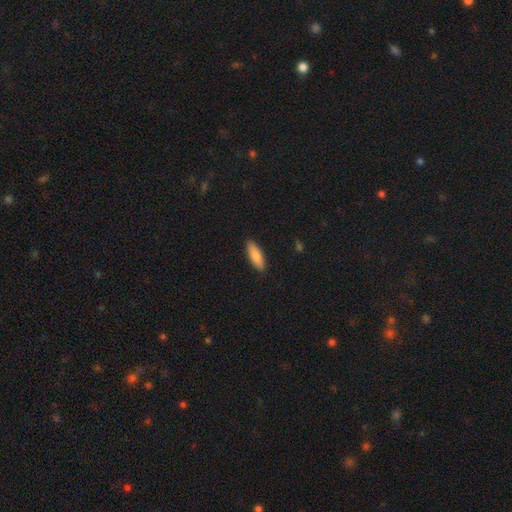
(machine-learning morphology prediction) Smooth or featured?
  - smooth: 85% *
  - featured or disk: 10%
  - star or artifact: 6%
How rounded?
  - in between: 61% *
  - cigar-shaped: 37%
  - round: 2%
Merging?
  - none: 89% *
  - minor disturbance: 8%
  - major disturbance: 2%
  - merger: 1%